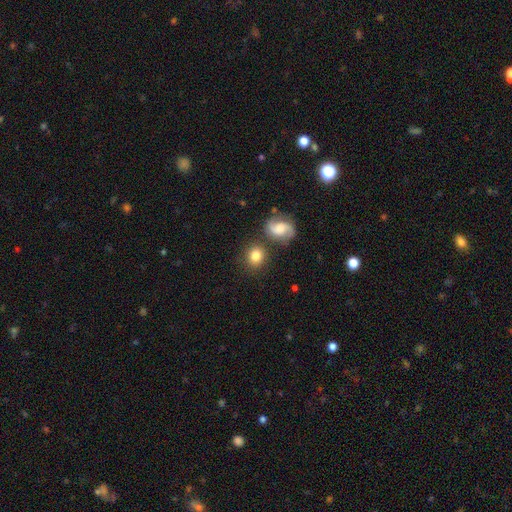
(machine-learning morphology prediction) Overall: smooth (75%). How rounded: round (76%). Merging: none (76%).